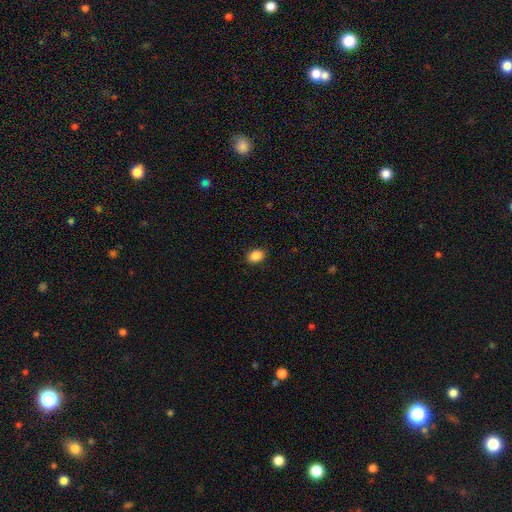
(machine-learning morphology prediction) Smooth or featured?
  - smooth: 88% *
  - star or artifact: 9%
  - featured or disk: 3%
How rounded?
  - in between: 70% *
  - round: 29%
  - cigar-shaped: 1%
Merging?
  - none: 90% *
  - minor disturbance: 7%
  - major disturbance: 2%
  - merger: 1%